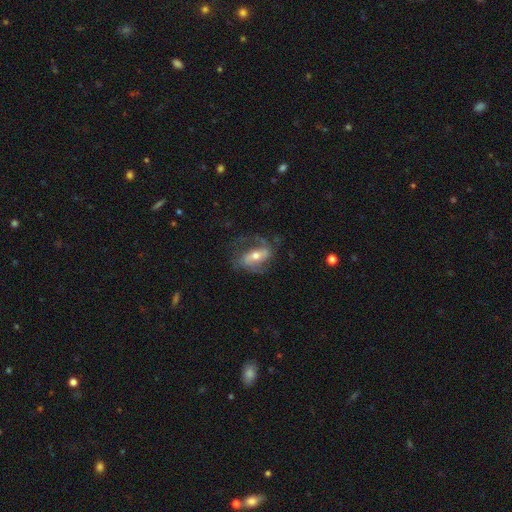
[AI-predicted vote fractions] The model was most divided on "bar": strong: 40%, weak: 35%, no: 25%. Remaining: edge-on disk — no (93%); spiral arms — yes (88%); smooth or featured — featured or disk (75%); spiral arm count — 2 (71%); bulge size — moderate (62%); merging — none (55%); spiral winding — medium (46%).